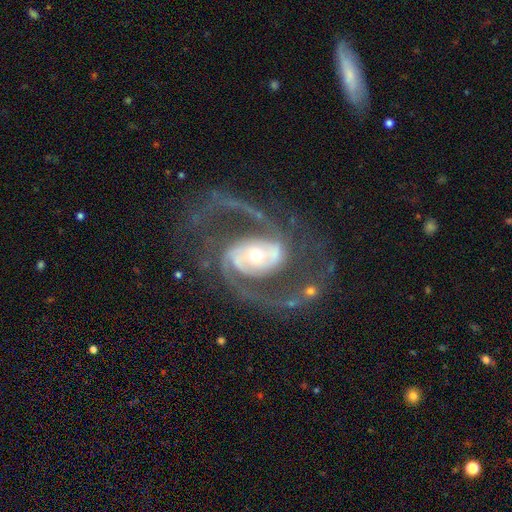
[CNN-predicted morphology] Smooth or featured? featured or disk (93%)
Edge-on disk? no (98%)
Bar? no (39%)
Spiral arms? yes (98%)
Spiral winding? medium (58%)
Spiral arm count? 2 (88%)
Bulge size? moderate (60%)
Merging? none (69%)